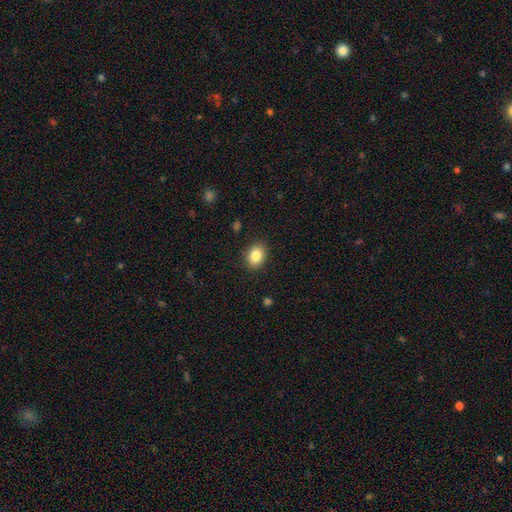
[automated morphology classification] This is clearly a smooth galaxy (85%). How rounded: likely in between (71%). Merging: clearly none (88%).